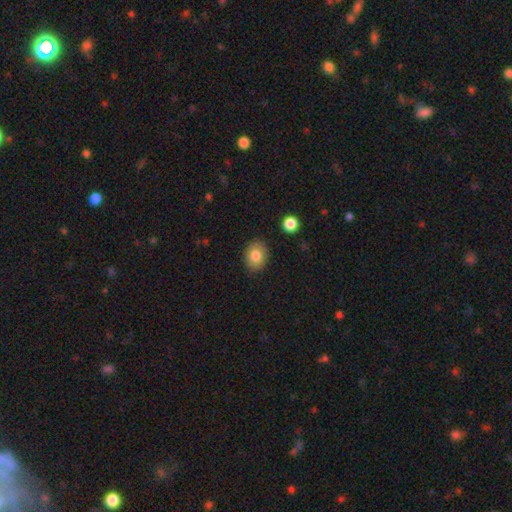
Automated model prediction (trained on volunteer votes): Q: Smooth or featured?
A: smooth (82%); runner-up: featured or disk (10%)
Q: How rounded?
A: in between (58%); runner-up: round (41%)
Q: Merging?
A: none (87%); runner-up: minor disturbance (10%)